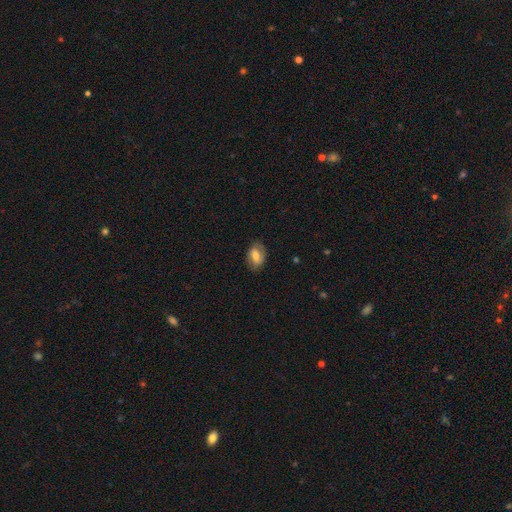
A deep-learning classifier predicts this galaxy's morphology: A smooth galaxy with no disk features (56%) that is in between round and cigar-shaped (84%).

Vote fractions:
- Smooth or featured? smooth: 56% / featured or disk: 36% / star or artifact: 8%
- How rounded? in between: 84% / round: 14% / cigar-shaped: 2%
- Merging? none: 77% / minor disturbance: 17% / major disturbance: 5% / merger: 1%